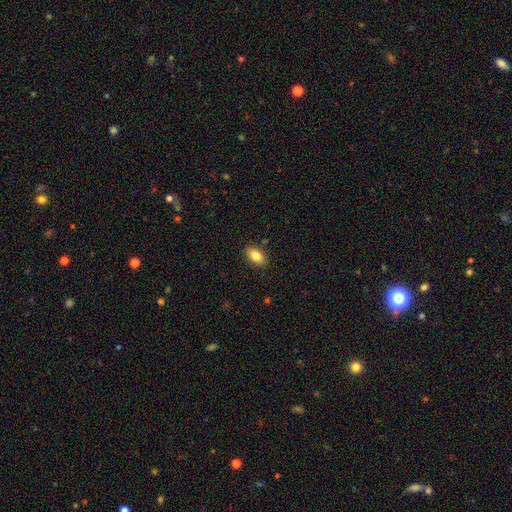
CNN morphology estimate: Smooth or featured?
  - smooth: 84% *
  - featured or disk: 8%
  - star or artifact: 8%
How rounded?
  - in between: 91% *
  - round: 7%
  - cigar-shaped: 2%
Merging?
  - none: 88% *
  - minor disturbance: 9%
  - major disturbance: 2%
  - merger: 1%